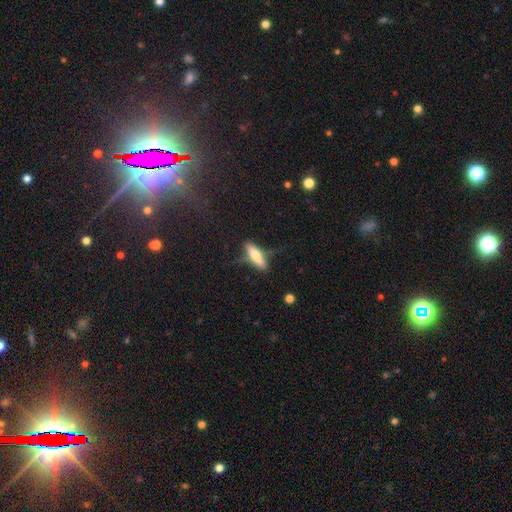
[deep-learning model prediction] smooth-or-featured: smooth: 51% | featured or disk: 43% | star or artifact: 6%
  how-rounded: cigar-shaped: 65% | in between: 33% | round: 2%
  merging: none: 63% | minor disturbance: 24% | major disturbance: 11% | merger: 2%